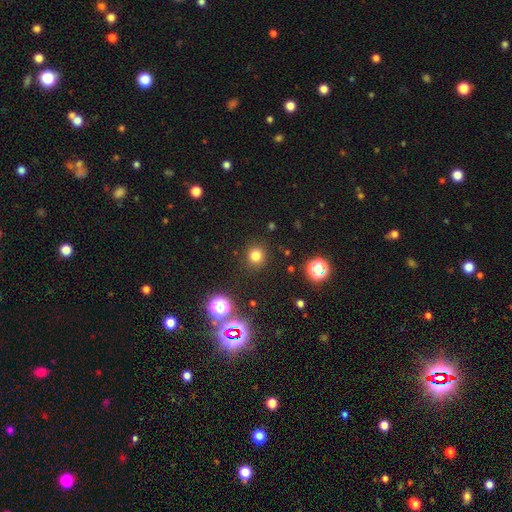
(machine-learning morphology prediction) Smooth or featured? Predicted: smooth (p=0.77). How rounded? Predicted: round (p=0.92). Merging? Predicted: none (p=0.90).